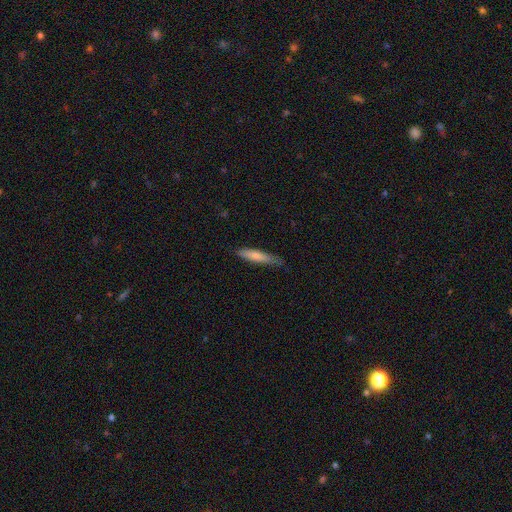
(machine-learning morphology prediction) Q: Smooth or featured?
A: smooth (76%); runner-up: featured or disk (19%)
Q: How rounded?
A: cigar-shaped (86%); runner-up: in between (13%)
Q: Merging?
A: none (69%); runner-up: minor disturbance (25%)